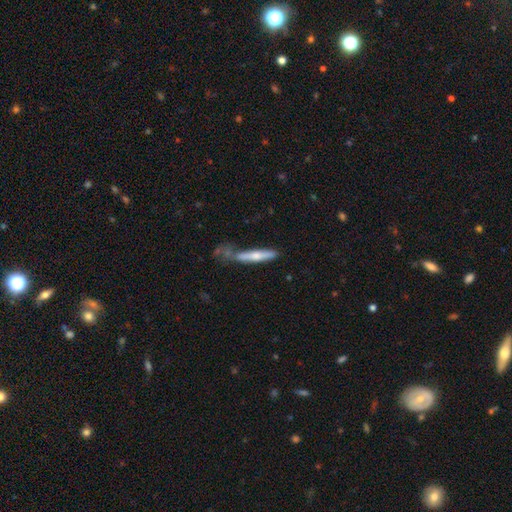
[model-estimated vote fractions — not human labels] The model was most divided on "smooth or featured": smooth: 57%, featured or disk: 37%, star or artifact: 6%. More confident: how rounded — cigar-shaped (91%); merging — none (58%).